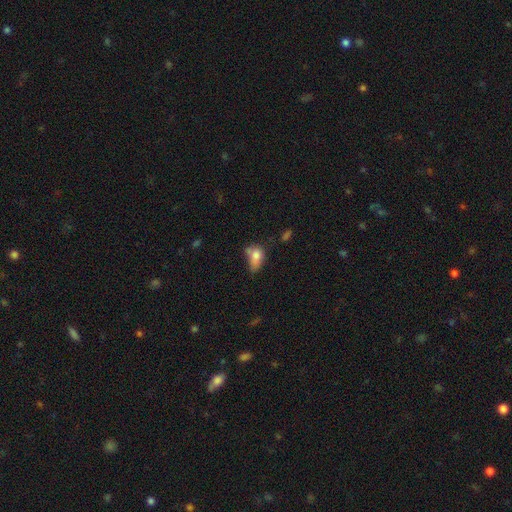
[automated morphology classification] The model was most divided on "merging": minor disturbance: 30%, none: 27%, major disturbance: 24%, merger: 19%. More confident: how rounded — in between (78%); smooth or featured — smooth (73%).